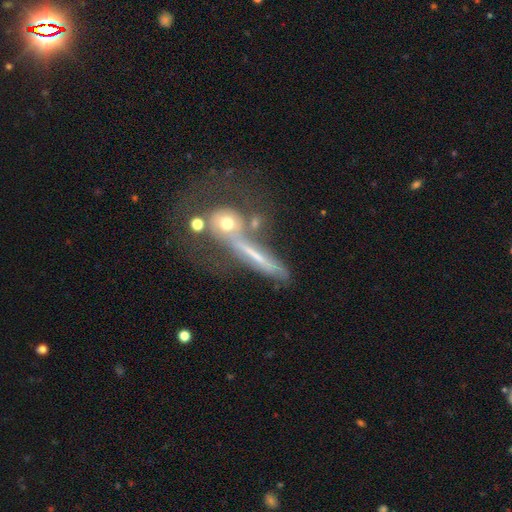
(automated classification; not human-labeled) featured or disk 52%, smooth 37%, star or artifact 11%. Down the decision tree: edge-on disk — yes (60%); merging — none (37%).